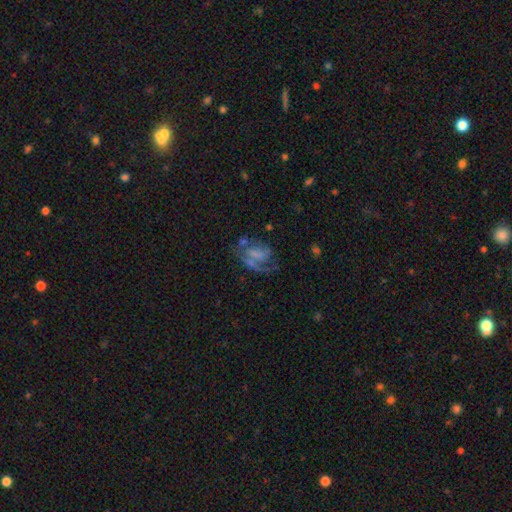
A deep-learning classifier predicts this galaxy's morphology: A featured or disk galaxy (60%) with no bar (54%), spiral arms (67%) and no central bulge (58%). Merging: major disturbance (36%).